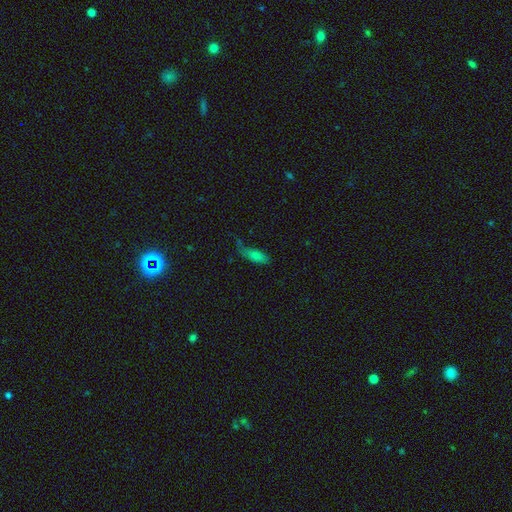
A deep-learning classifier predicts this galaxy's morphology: This is likely a smooth galaxy (75%). How rounded: likely in between (68%). Merging: marginally none (42%).